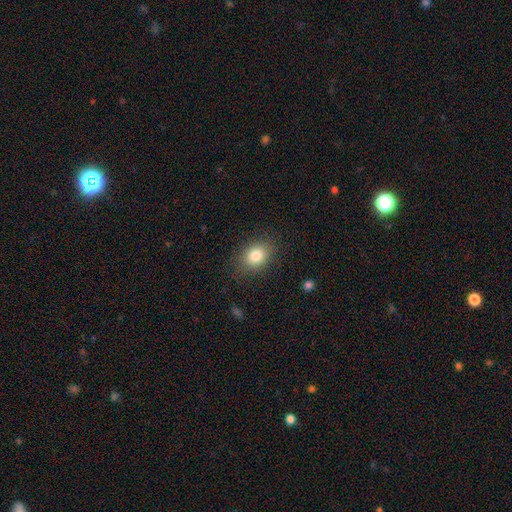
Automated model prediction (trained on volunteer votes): Morphology: type=smooth (82%); roundness=in between (61%); merging=none (84%).